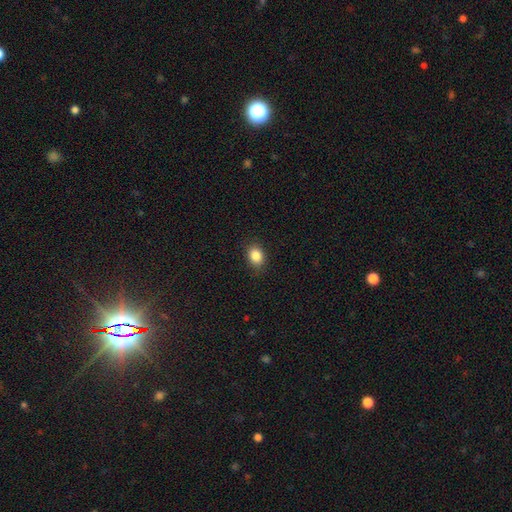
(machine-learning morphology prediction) Smooth or featured? smooth (85%)
How rounded? in between (59%)
Merging? none (86%)